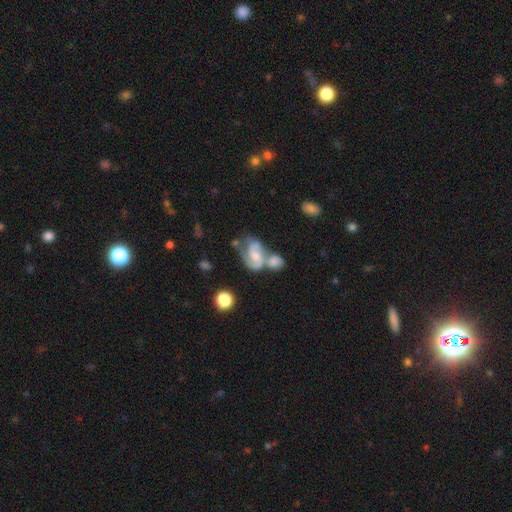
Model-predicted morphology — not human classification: A featured or disk galaxy (71%) with no bar (52%), 2 (78%) medium (51%) spiral arms (90%) and a moderate central bulge (48%). Merging: merger (56%).